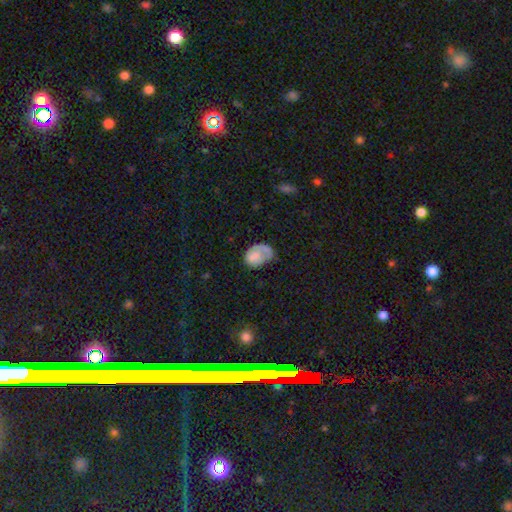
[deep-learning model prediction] Morphology: type=smooth (67%); roundness=in between (74%); merging=none (38%).